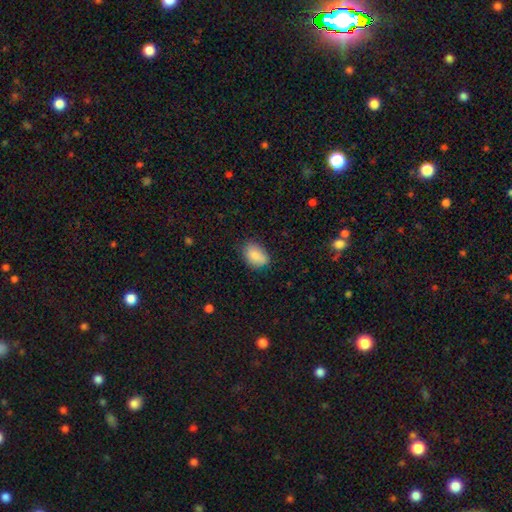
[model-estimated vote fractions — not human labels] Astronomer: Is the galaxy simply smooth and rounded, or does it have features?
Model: smooth — 85%.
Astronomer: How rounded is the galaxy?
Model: in between — 82%.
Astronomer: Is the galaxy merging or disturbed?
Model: none — 73%.